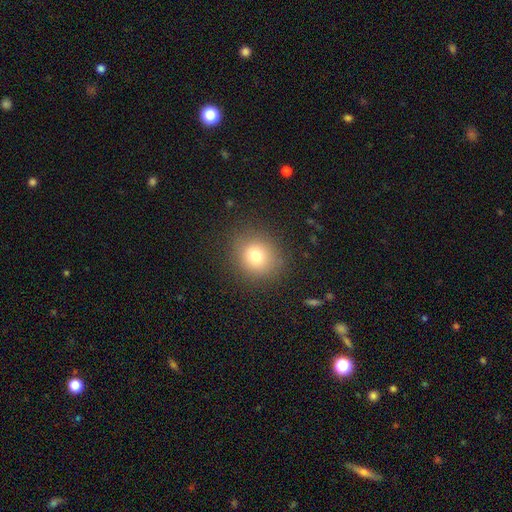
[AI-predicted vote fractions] Q: Smooth or featured?
A: smooth (75%); runner-up: star or artifact (14%)
Q: How rounded?
A: round (82%); runner-up: in between (17%)
Q: Merging?
A: none (87%); runner-up: minor disturbance (8%)